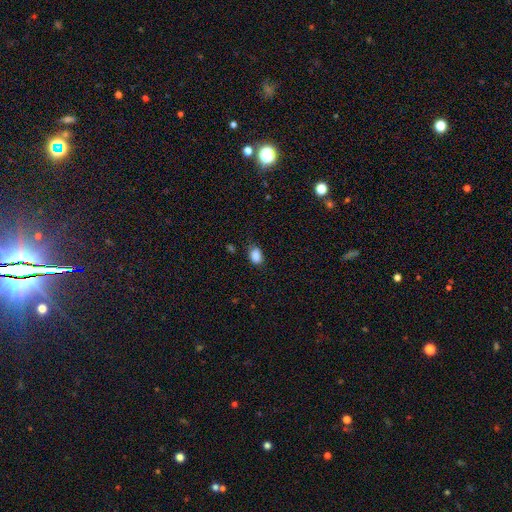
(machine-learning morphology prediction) This appears to be a smooth galaxy with no disk features (87%) that is in between round and cigar-shaped (80%). Merging: none (71%).